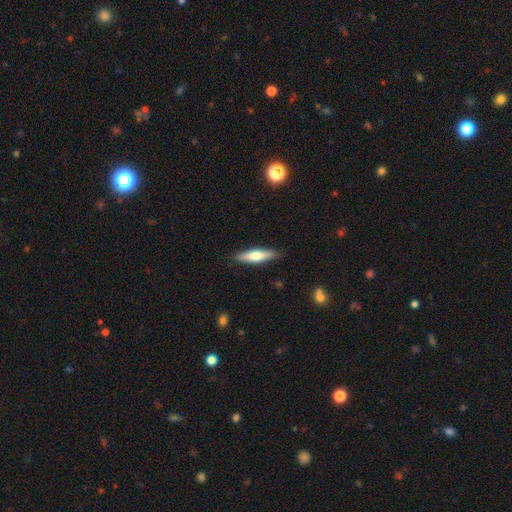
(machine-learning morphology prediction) This appears to be a smooth galaxy with no disk features (52%) that is cigar-shaped (75%). Merging: none (89%).